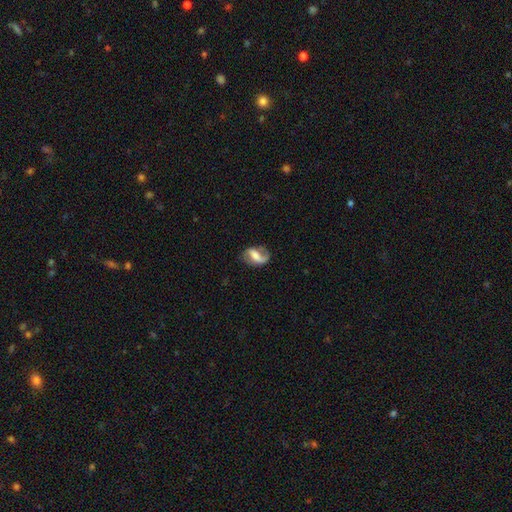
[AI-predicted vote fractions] The model was most divided on "bar": weak: 40%, strong: 37%, no: 22%. Remaining: edge-on disk — no (96%); spiral arms — yes (87%); spiral arm count — 2 (70%); smooth or featured — featured or disk (68%); merging — none (62%); spiral winding — loose (44%); bulge size — moderate (37%).